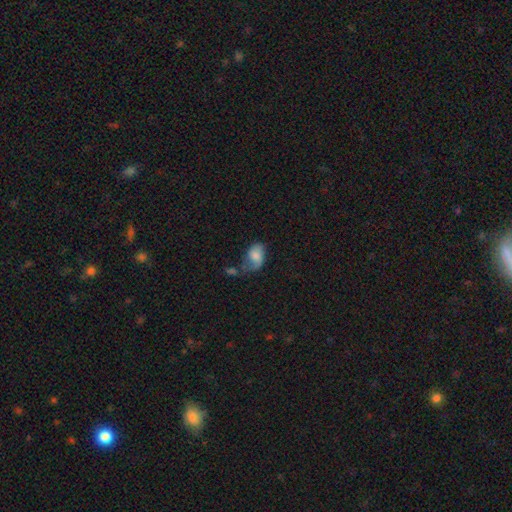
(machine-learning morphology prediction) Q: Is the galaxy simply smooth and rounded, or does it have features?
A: smooth — 65%.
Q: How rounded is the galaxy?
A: in between — 85%.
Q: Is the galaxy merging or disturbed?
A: none — 31%.